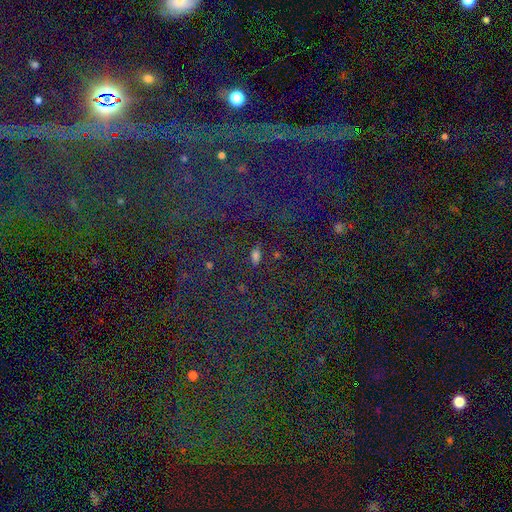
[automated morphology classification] Smooth or featured: smooth — 66% (star or artifact — 23%)
How rounded: in between — 82% (cigar-shaped — 10%)
Merging: none — 84% (minor disturbance — 9%)